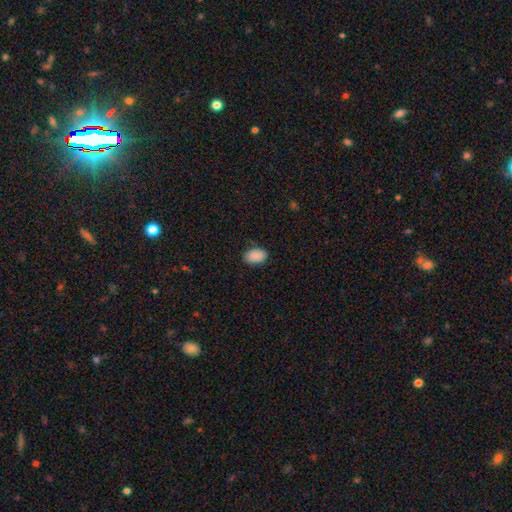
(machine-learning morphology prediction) smooth_or_featured: smooth (p=0.89) [alt: star or artifact p=0.07]
how_rounded: in between (p=0.90) [alt: round p=0.09]
merging: none (p=0.86) [alt: minor disturbance p=0.10]